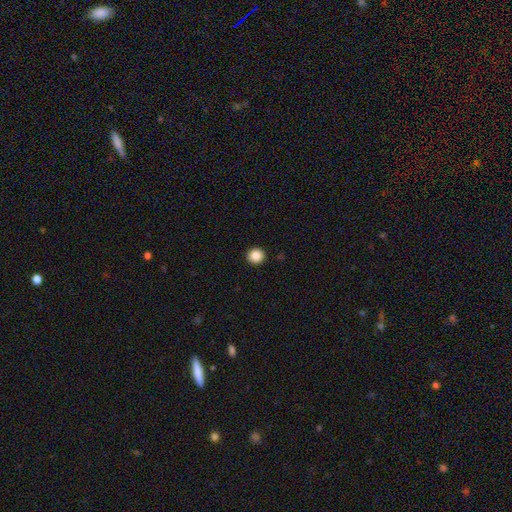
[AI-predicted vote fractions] Smooth or featured?
  - smooth: 87% *
  - star or artifact: 10%
  - featured or disk: 3%
How rounded?
  - round: 92% *
  - in between: 7%
  - cigar-shaped: 1%
Merging?
  - none: 93% *
  - minor disturbance: 4%
  - major disturbance: 1%
  - merger: 1%